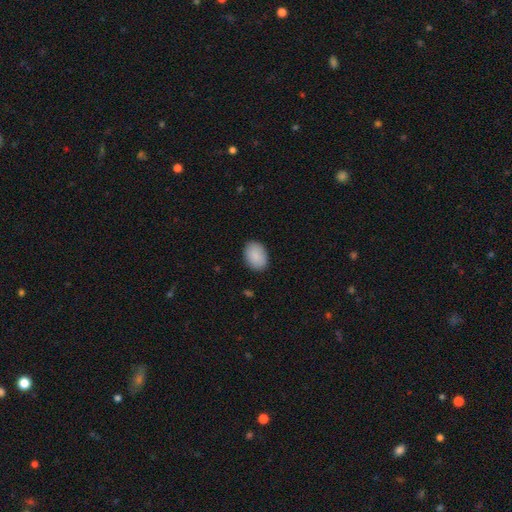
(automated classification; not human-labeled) Morphology: type=smooth (90%); roundness=in between (79%); merging=none (87%).